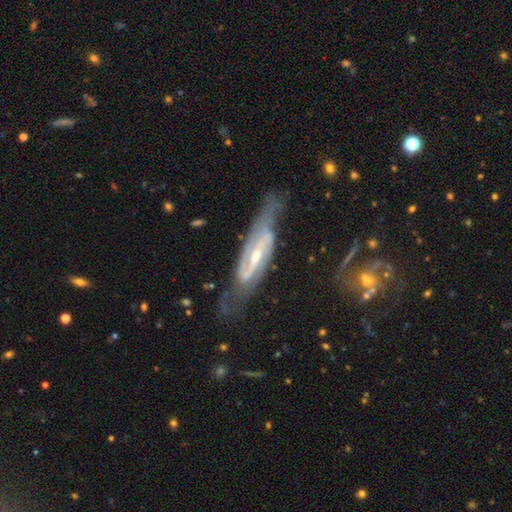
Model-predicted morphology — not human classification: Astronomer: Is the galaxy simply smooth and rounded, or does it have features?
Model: featured or disk — 87%.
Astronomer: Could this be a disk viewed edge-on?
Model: no — 82%.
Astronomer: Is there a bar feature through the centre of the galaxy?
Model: strong — 49% (runner-up: weak, 37%).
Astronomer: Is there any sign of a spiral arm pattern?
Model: yes — 94%.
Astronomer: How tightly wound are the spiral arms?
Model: medium — 47% (runner-up: tight, 33%).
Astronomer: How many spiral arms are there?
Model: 2 — 85%.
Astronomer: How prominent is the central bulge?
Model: small — 52% (runner-up: moderate, 42%).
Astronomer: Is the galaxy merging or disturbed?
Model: none — 64%.